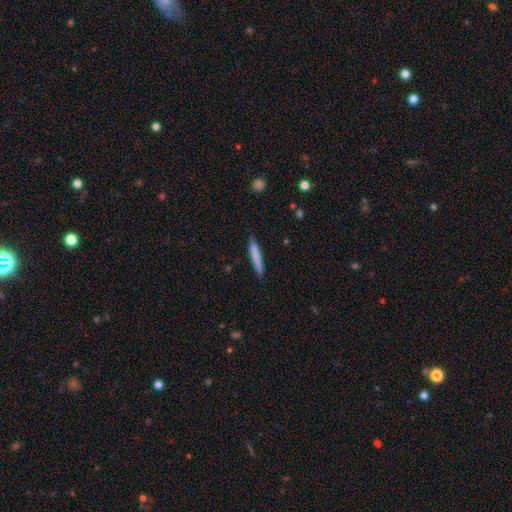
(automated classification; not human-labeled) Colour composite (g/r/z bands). It shows a smooth galaxy with no disk features (74%) that is cigar-shaped (95%). Merging: none (88%).